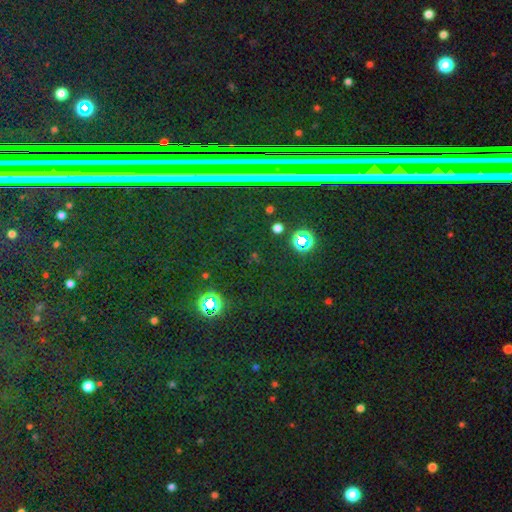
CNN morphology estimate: Smooth or featured?
  - star or artifact: 80% *
  - smooth: 11%
  - featured or disk: 9%